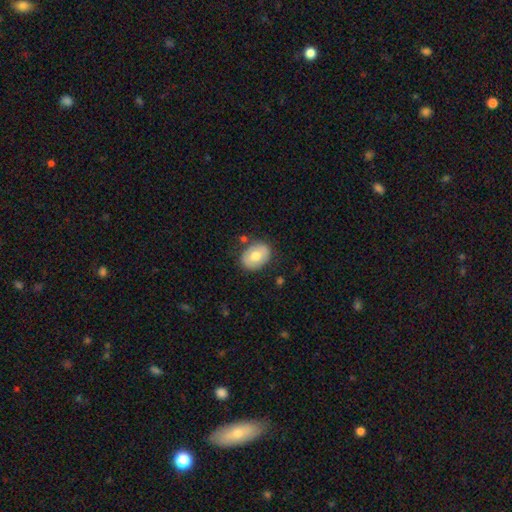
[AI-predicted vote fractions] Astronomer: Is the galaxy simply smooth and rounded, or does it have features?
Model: smooth — 67%.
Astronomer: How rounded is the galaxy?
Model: in between — 65%.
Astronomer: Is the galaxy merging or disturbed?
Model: none — 80%.